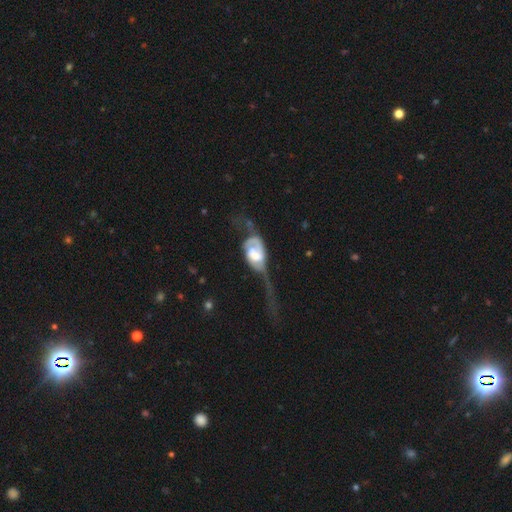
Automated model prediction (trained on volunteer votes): Smooth or featured?
  - featured or disk: 68% *
  - smooth: 25%
  - star or artifact: 6%
Edge-on disk?
  - no: 94% *
  - yes: 6%
Bar?
  - no: 63% *
  - weak: 28%
  - strong: 10%
Spiral arms?
  - yes: 64% *
  - no: 36%
Bulge size?
  - moderate: 41% *
  - large: 30%
  - small: 16%
  - none: 7%
  - dominant: 6%
Merging?
  - major disturbance: 60% *
  - merger: 18%
  - none: 11%
  - minor disturbance: 11%